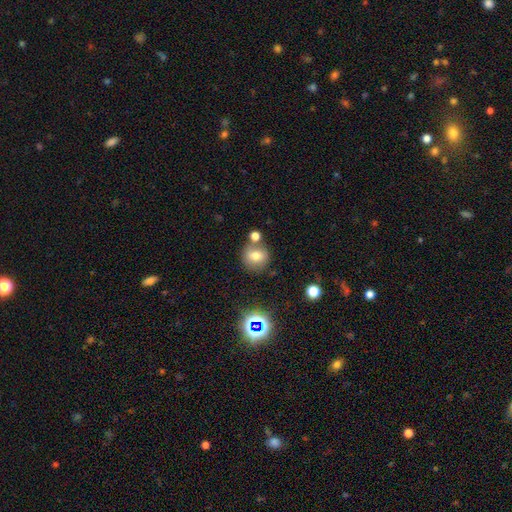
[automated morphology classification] Smooth or featured: smooth — 72% (star or artifact — 15%)
How rounded: round — 85% (in between — 14%)
Merging: none — 66% (merger — 19%)